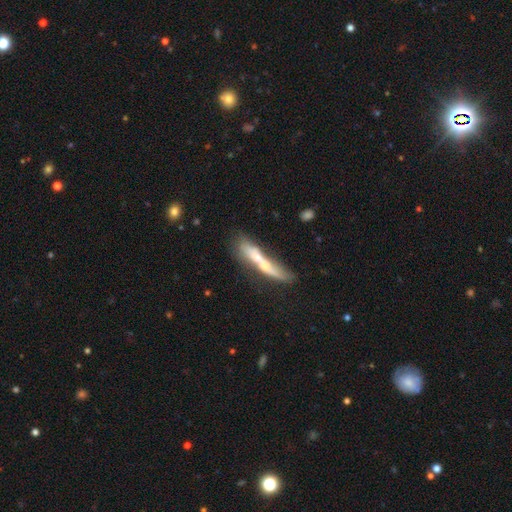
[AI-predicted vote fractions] Morphology: type=smooth (48%); merging=merger (45%).